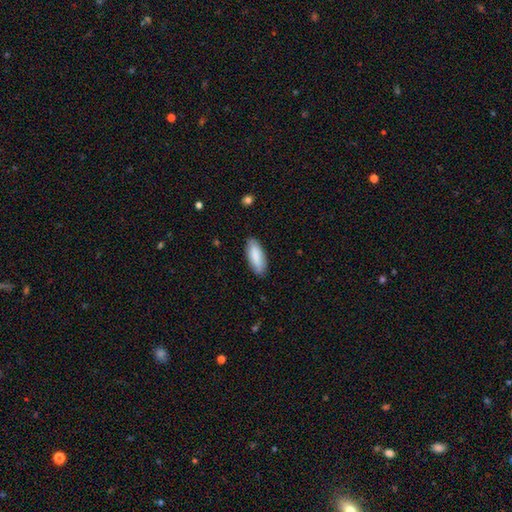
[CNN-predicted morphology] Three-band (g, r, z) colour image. It shows a smooth galaxy with no disk features (86%) that is in between round and cigar-shaped (71%). Merging: none (86%).